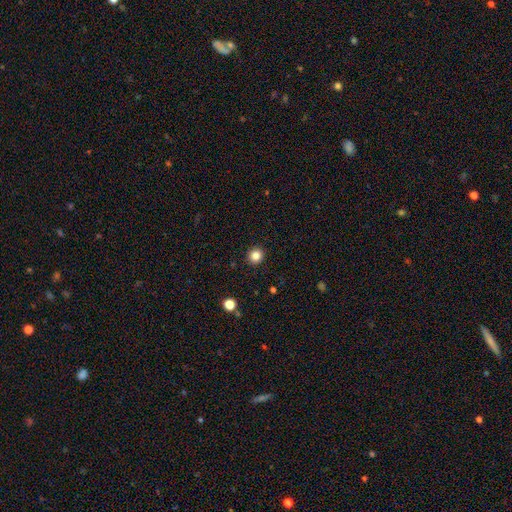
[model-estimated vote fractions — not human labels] Smooth or featured: smooth — 84% (star or artifact — 11%)
How rounded: round — 91% (in between — 8%)
Merging: none — 93% (minor disturbance — 5%)